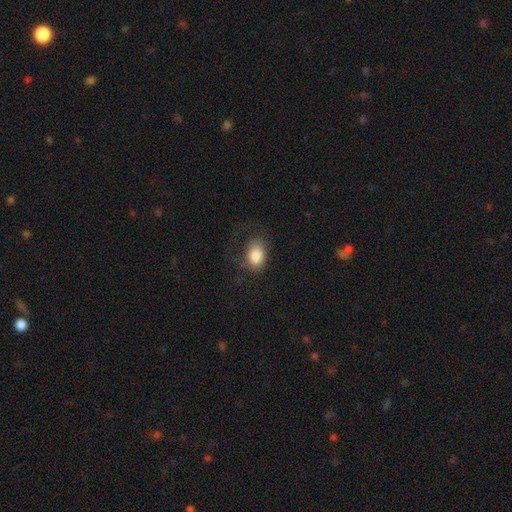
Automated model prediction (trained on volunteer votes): Overall: smooth (83%). How rounded: in between (80%). Merging: none (56%; minor disturbance 23%).